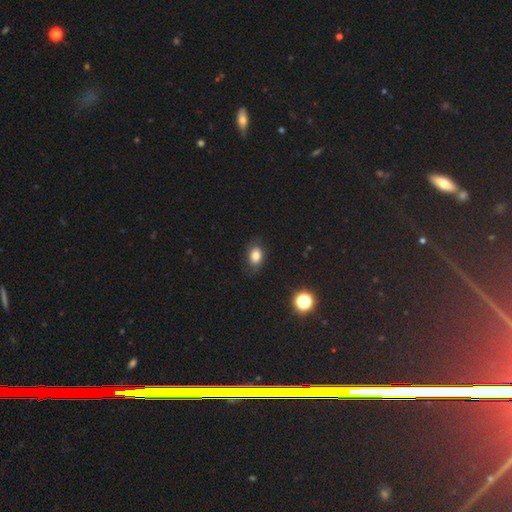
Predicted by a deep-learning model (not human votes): This is likely a smooth galaxy (79%). How rounded: likely in between (76%). Merging: likely none (77%).